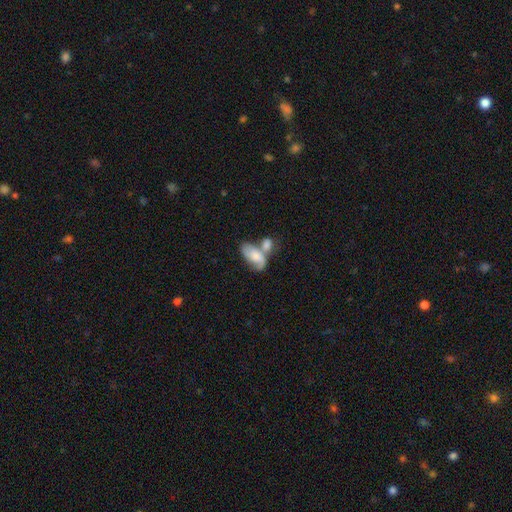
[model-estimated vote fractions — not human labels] A smooth galaxy with no disk features (54%) that is in between round and cigar-shaped (90%).

Vote fractions:
- Smooth or featured? smooth: 54% / featured or disk: 39% / star or artifact: 7%
- How rounded? in between: 90% / round: 6% / cigar-shaped: 4%
- Merging? merger: 57% / none: 21% / minor disturbance: 13% / major disturbance: 9%